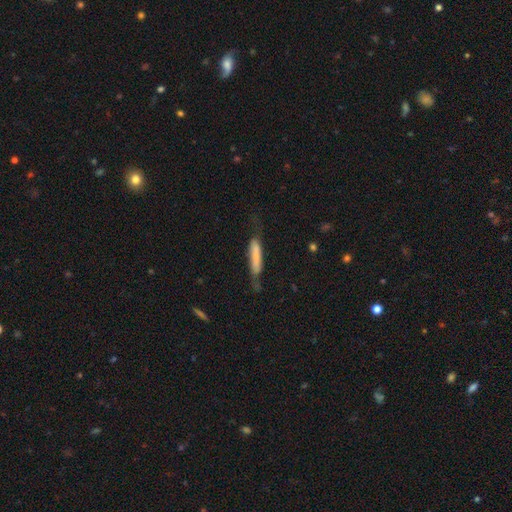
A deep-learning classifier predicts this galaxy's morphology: This is likely a smooth galaxy (66%). How rounded: clearly cigar-shaped (88%). Merging: possibly none (47%).